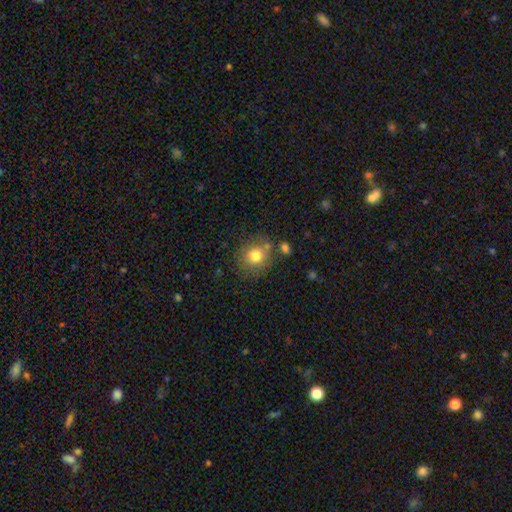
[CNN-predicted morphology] smooth-or-featured: smooth: 78% | star or artifact: 11% | featured or disk: 11%
  how-rounded: round: 80% | in between: 19% | cigar-shaped: 1%
  merging: none: 73% | minor disturbance: 14% | merger: 9% | major disturbance: 5%